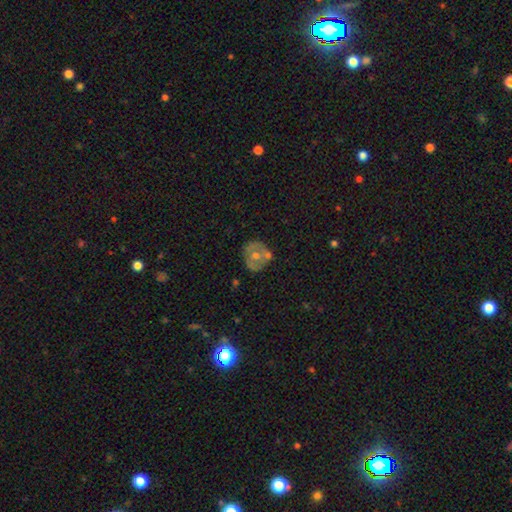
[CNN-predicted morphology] Q: Smooth or featured?
A: featured or disk (52%); runner-up: smooth (37%)
Q: Edge-on disk?
A: no (96%); runner-up: yes (4%)
Q: Bar?
A: no (85%); runner-up: weak (11%)
Q: Spiral arms?
A: no (78%); runner-up: yes (22%)
Q: Bulge size?
A: moderate (65%); runner-up: small (29%)
Q: Merging?
A: none (66%); runner-up: minor disturbance (19%)